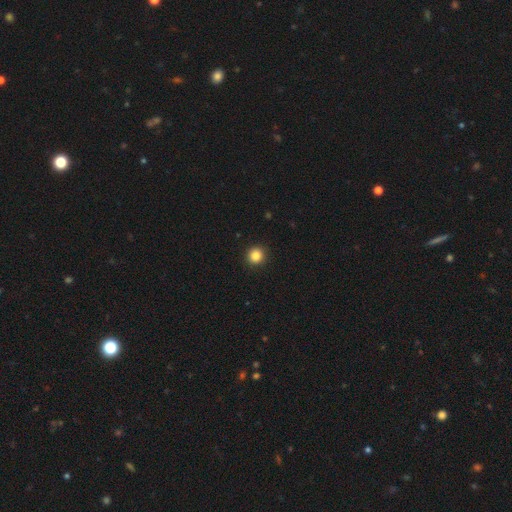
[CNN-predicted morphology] This appears to be a smooth galaxy with no disk features (85%) that is round (95%). Merging: none (93%).